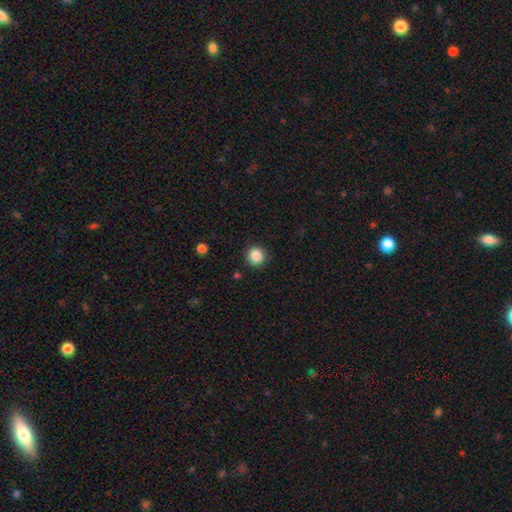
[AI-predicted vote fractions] smooth 86%, star or artifact 10%, featured or disk 4%. Down the decision tree: how rounded — round (93%); merging — none (90%).